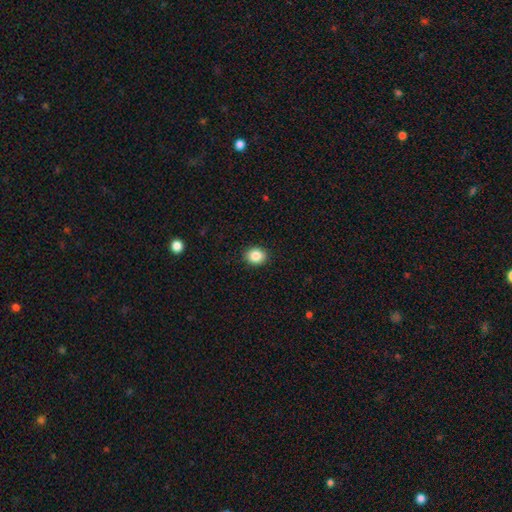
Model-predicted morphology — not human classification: smooth-or-featured: smooth: 86% | star or artifact: 9% | featured or disk: 4%
  how-rounded: round: 67% | in between: 32% | cigar-shaped: 1%
  merging: none: 91% | minor disturbance: 6% | major disturbance: 2% | merger: 1%